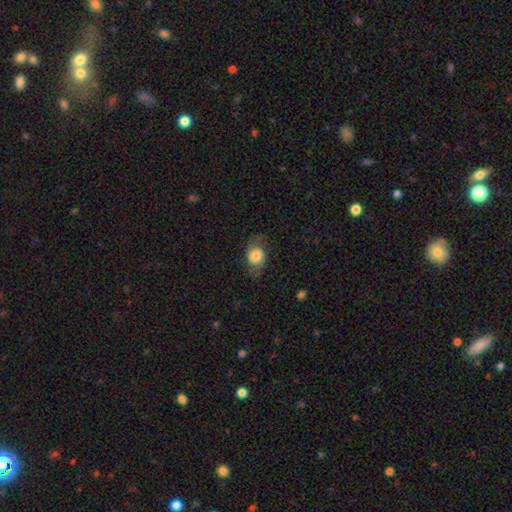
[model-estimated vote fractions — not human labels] smooth-or-featured: smooth: 65% | featured or disk: 26% | star or artifact: 8%
  how-rounded: in between: 58% | round: 41% | cigar-shaped: 2%
  merging: none: 68% | minor disturbance: 20% | major disturbance: 11% | merger: 1%